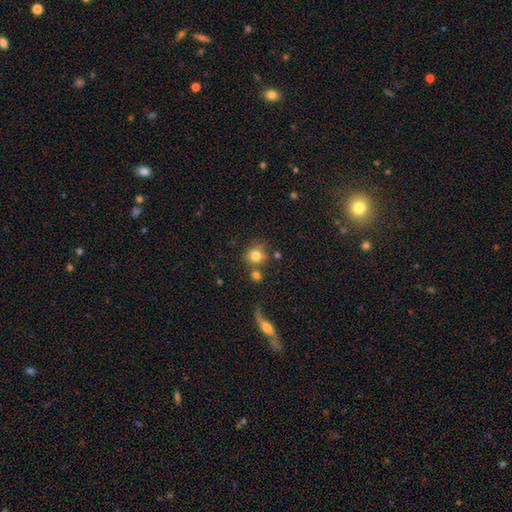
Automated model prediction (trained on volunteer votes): Smooth or featured?
  - smooth: 79% *
  - star or artifact: 11%
  - featured or disk: 10%
How rounded?
  - round: 85% *
  - in between: 13%
  - cigar-shaped: 1%
Merging?
  - none: 62% *
  - merger: 19%
  - minor disturbance: 13%
  - major disturbance: 7%